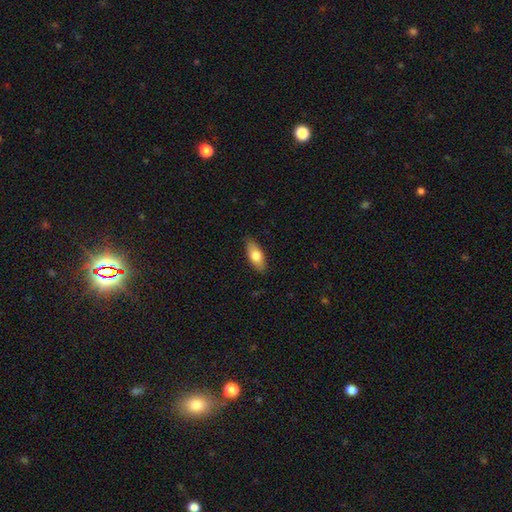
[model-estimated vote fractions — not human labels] Smooth or featured: smooth — 76% (featured or disk — 18%)
How rounded: in between — 81% (cigar-shaped — 16%)
Merging: none — 86% (minor disturbance — 11%)